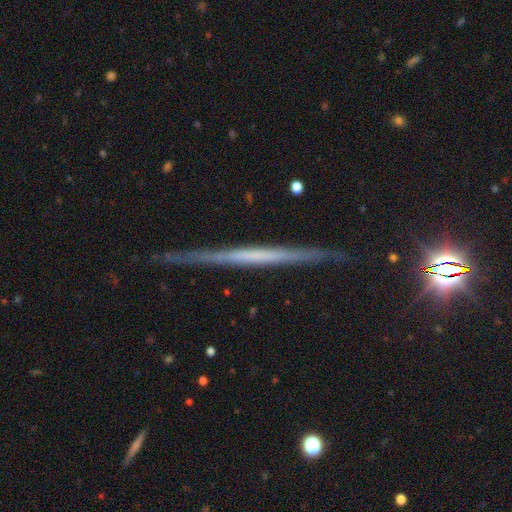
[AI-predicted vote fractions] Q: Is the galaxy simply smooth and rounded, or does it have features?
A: featured or disk — 66%.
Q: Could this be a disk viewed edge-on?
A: yes — 97%.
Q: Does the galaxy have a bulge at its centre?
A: none — 85%.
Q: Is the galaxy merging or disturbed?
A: none — 88%.